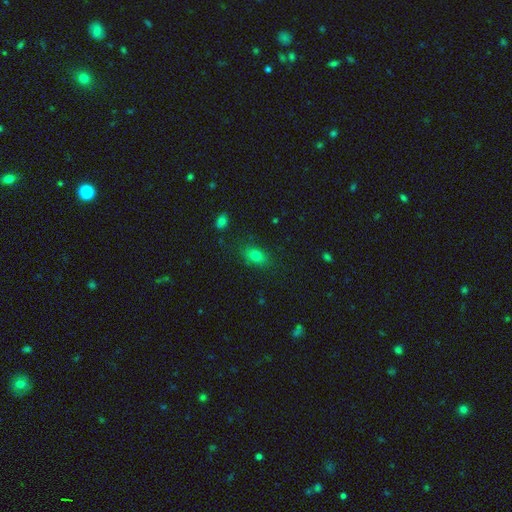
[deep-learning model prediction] Overall: smooth (78%). How rounded: in between (78%). Merging: none (81%).